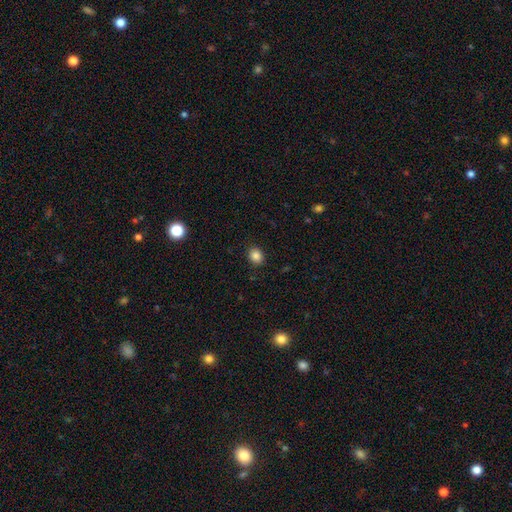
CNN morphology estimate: Smooth or featured? Predicted: smooth (p=0.85). How rounded? Predicted: round (p=0.60). Merging? Predicted: none (p=0.89).